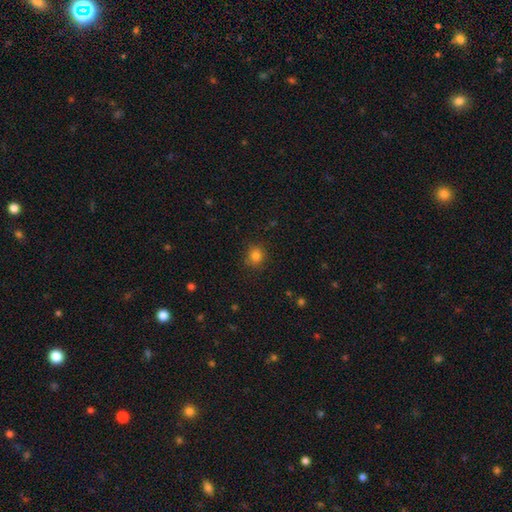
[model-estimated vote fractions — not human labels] Morphology: type=smooth (82%); roundness=round (88%); merging=none (86%).